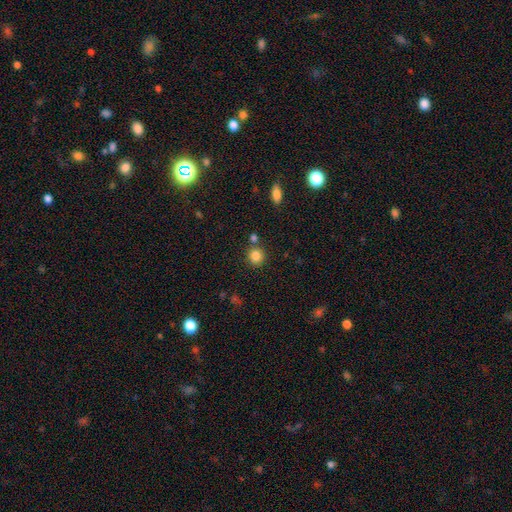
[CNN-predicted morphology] A smooth galaxy with no disk features (84%) that is round (88%). Merging: none (77%).